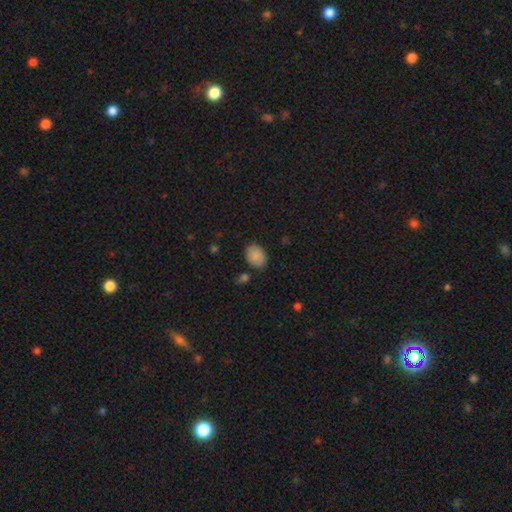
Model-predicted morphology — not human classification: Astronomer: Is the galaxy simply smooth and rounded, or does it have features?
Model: smooth — 87%.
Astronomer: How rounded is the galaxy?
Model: in between — 72%.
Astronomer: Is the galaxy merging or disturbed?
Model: none — 82%.